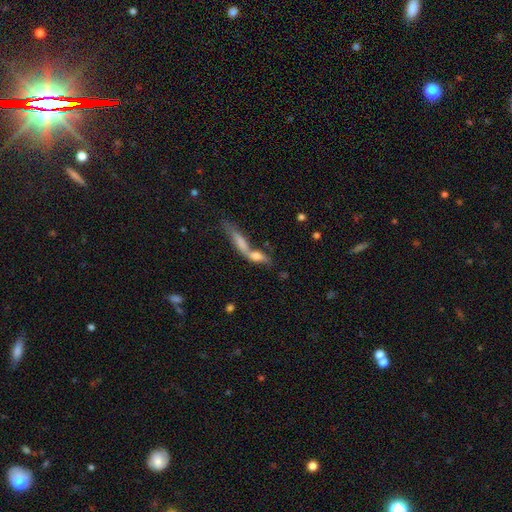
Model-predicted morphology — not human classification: smooth-or-featured: smooth: 62% | featured or disk: 28% | star or artifact: 11%
  how-rounded: in between: 48% | cigar-shaped: 46% | round: 6%
  merging: merger: 68% | none: 19% | minor disturbance: 7% | major disturbance: 6%